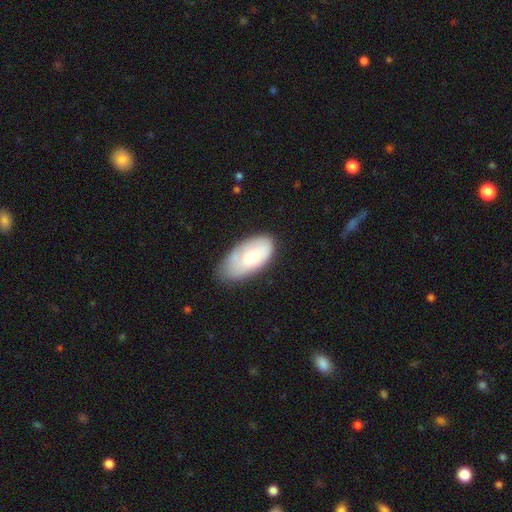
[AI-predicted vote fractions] smooth_or_featured: smooth (p=0.57) [alt: featured or disk p=0.36]
how_rounded: in between (p=0.94) [alt: round p=0.03]
merging: none (p=0.64) [alt: minor disturbance p=0.28]